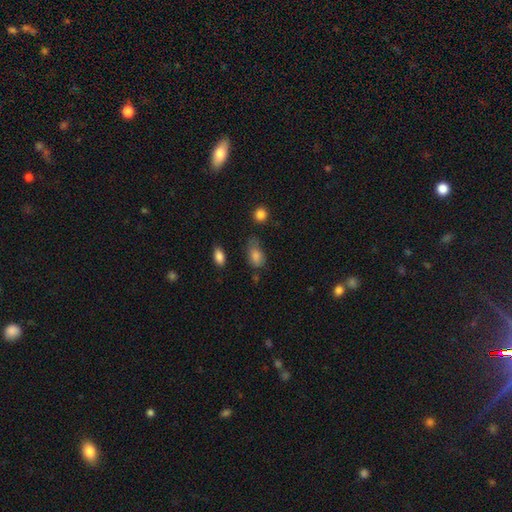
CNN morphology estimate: smooth 77%, star or artifact 12%, featured or disk 11%. Down the decision tree: how rounded — in between (84%); merging — none (46%).